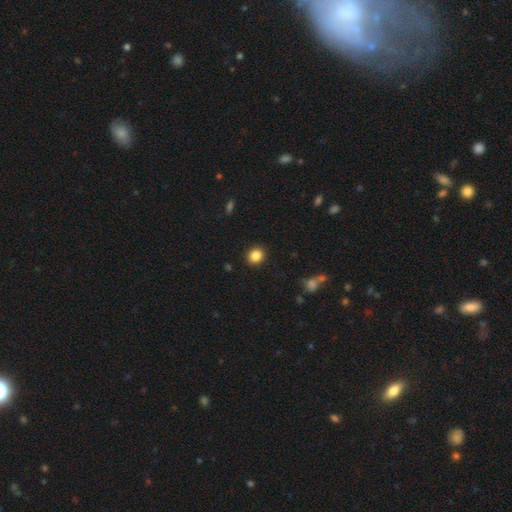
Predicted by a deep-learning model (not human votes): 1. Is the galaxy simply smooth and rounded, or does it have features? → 85% smooth, 10% star or artifact, 4% featured or disk.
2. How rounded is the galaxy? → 85% round, 14% in between, 1% cigar-shaped.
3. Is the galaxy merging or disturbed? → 92% none, 5% minor disturbance, 2% major disturbance, 1% merger.